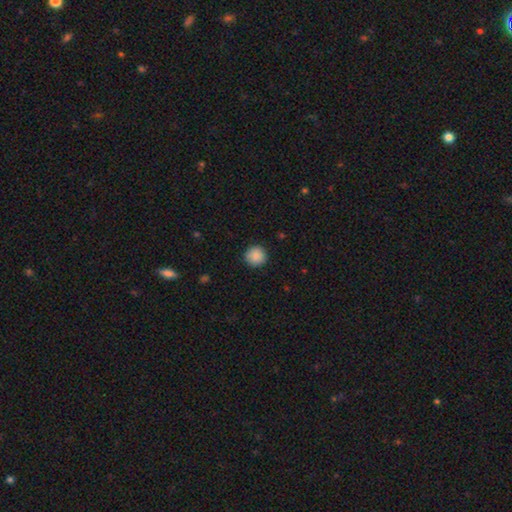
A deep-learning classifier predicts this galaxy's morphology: Smooth or featured? Predicted: smooth (p=0.88). How rounded? Predicted: round (p=0.94). Merging? Predicted: none (p=0.91).